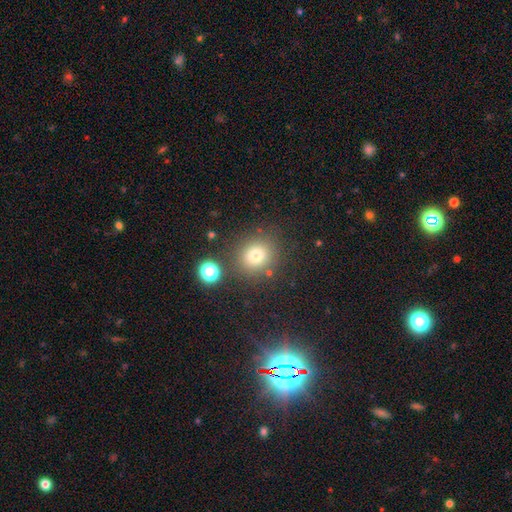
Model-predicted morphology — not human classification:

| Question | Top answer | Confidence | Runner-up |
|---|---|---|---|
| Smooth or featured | smooth | 75% | star or artifact (16%) |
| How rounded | round | 85% | in between (14%) |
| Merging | none | 81% | minor disturbance (9%) |